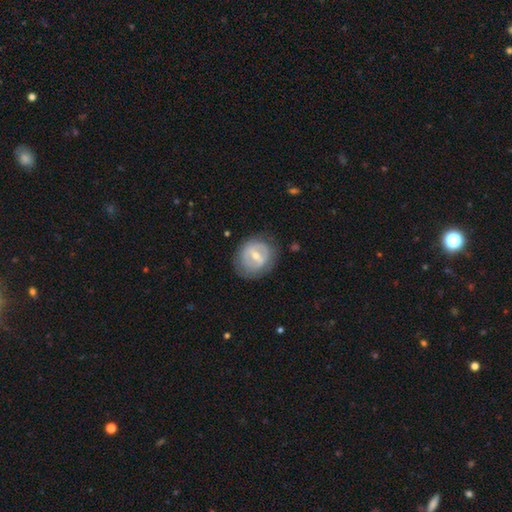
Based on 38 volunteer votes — Q: Smooth or featured?
A: featured or disk (68%); runner-up: smooth (24%)
Q: Edge-on disk?
A: no (96%); runner-up: yes (4%)
Q: Bar?
A: strong (56%); runner-up: weak (36%)
Q: Spiral arms?
A: no (68%); runner-up: yes (32%)
Q: Bulge size?
A: moderate (56%); runner-up: small (36%)
Q: Merging?
A: none (77%); runner-up: minor disturbance (14%)